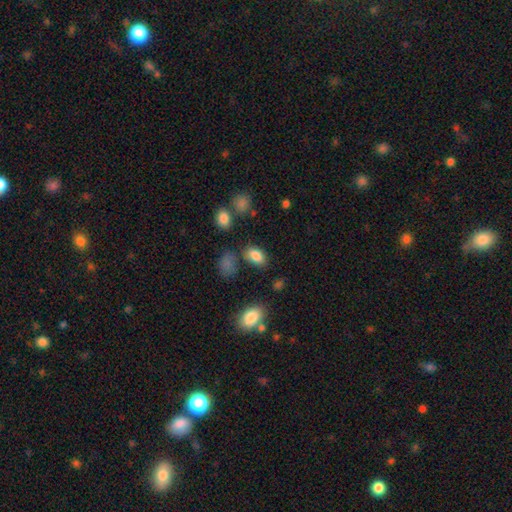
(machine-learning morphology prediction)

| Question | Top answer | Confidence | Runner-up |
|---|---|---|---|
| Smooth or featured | smooth | 85% | star or artifact (9%) |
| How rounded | in between | 90% | round (8%) |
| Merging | none | 73% | minor disturbance (16%) |